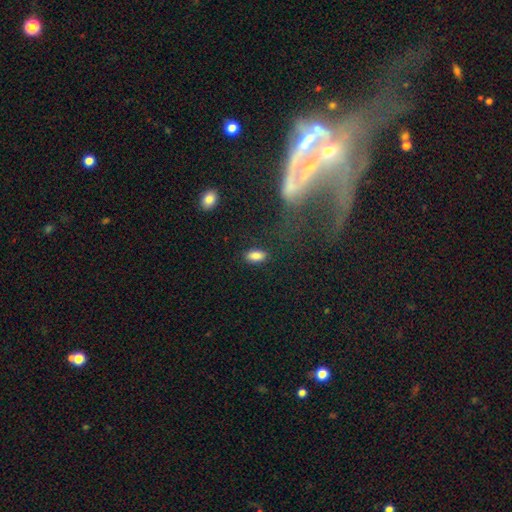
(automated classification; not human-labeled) Morphology: type=smooth (86%); roundness=in between (91%); merging=none (86%).